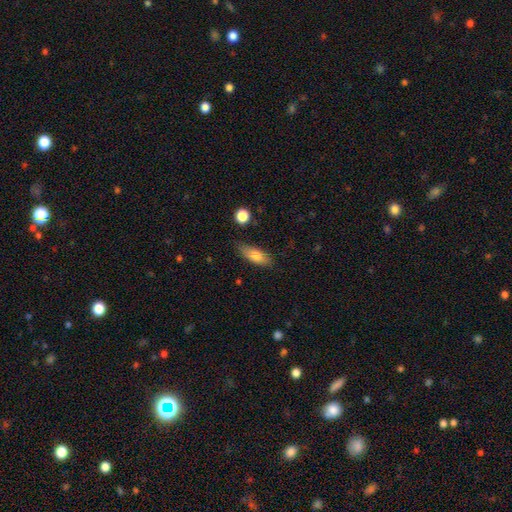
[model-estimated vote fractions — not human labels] smooth_or_featured: smooth (p=0.78) [alt: featured or disk p=0.15]
how_rounded: in between (p=0.73) [alt: cigar-shaped p=0.24]
merging: none (p=0.74) [alt: minor disturbance p=0.19]